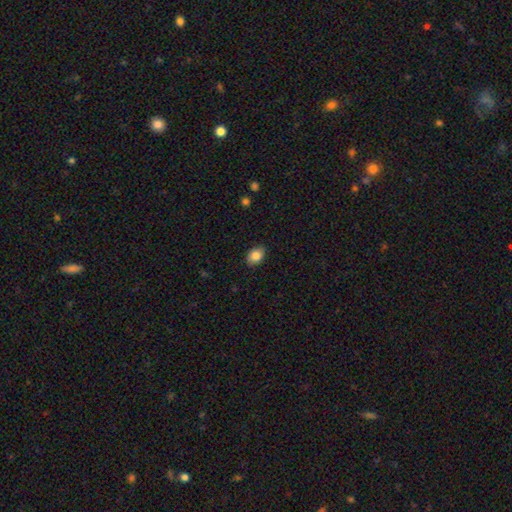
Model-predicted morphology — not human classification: A smooth galaxy with no disk features (85%) that is in between round and cigar-shaped (75%). Merging: none (87%).